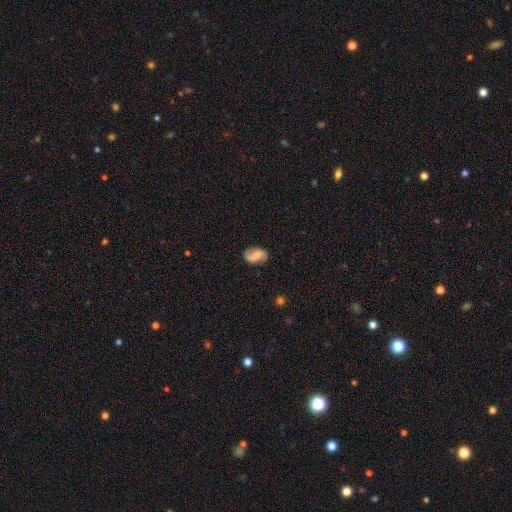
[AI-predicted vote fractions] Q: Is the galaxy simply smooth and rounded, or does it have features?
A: featured or disk — 65%.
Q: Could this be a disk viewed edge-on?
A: no — 97%.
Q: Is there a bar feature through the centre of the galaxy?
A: weak — 44%.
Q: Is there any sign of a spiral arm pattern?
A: yes — 92%.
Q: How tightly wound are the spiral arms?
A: loose — 59%.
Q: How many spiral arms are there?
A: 2 — 90%.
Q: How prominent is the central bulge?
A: moderate — 32%, tied with small.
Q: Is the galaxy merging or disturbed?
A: none — 81%.